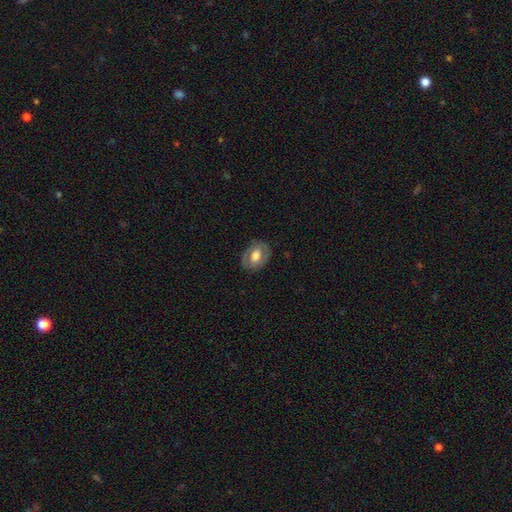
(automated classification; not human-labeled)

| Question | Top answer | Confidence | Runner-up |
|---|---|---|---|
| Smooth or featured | smooth | 54% | featured or disk (39%) |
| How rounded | in between | 64% | round (35%) |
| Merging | none | 80% | minor disturbance (14%) |